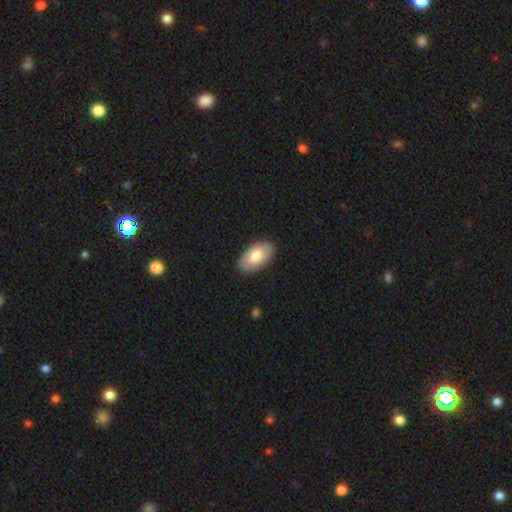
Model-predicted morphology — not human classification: smooth 72%, featured or disk 22%, star or artifact 5%. Down the decision tree: how rounded — in between (95%); merging — none (87%).